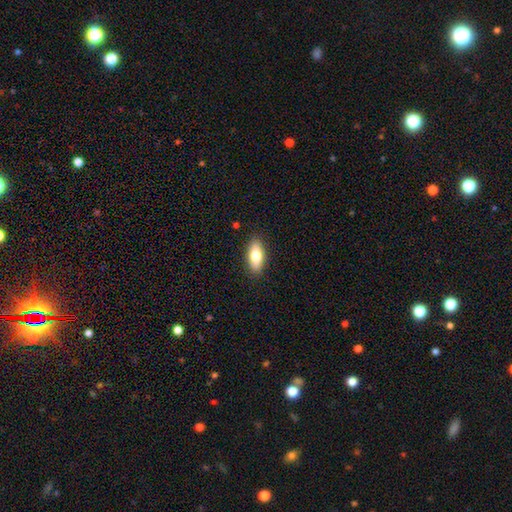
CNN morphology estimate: Smooth or featured? Predicted: smooth (p=0.75). How rounded? Predicted: in between (p=0.83). Merging? Predicted: none (p=0.88).